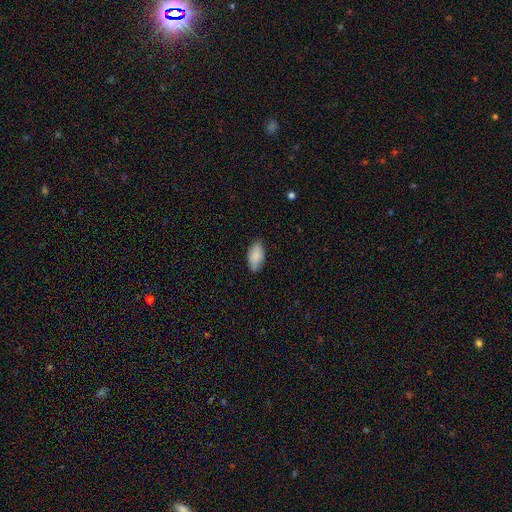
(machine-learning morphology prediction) Smooth or featured? smooth (86%)
How rounded? in between (93%)
Merging? none (80%)